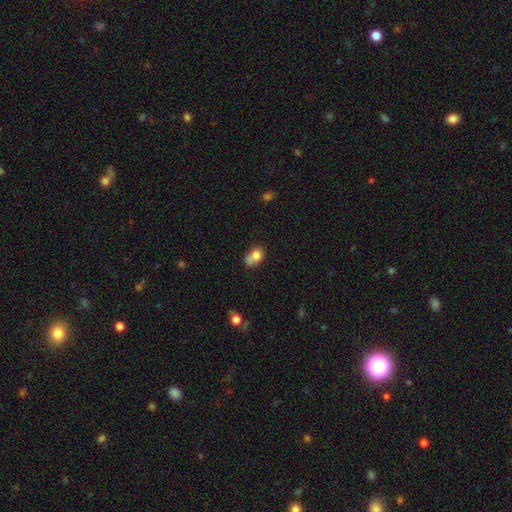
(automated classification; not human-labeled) Smooth or featured?
  - smooth: 75% *
  - featured or disk: 15%
  - star or artifact: 10%
How rounded?
  - in between: 56% *
  - round: 42%
  - cigar-shaped: 1%
Merging?
  - merger: 40% *
  - none: 32%
  - minor disturbance: 18%
  - major disturbance: 9%